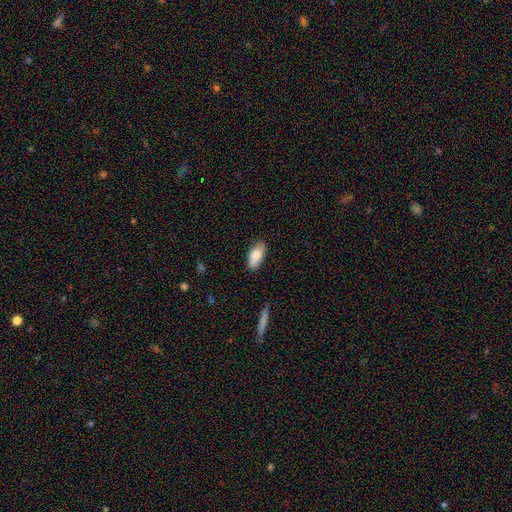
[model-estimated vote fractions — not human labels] Smooth or featured? smooth (82%)
How rounded? in between (91%)
Merging? none (83%)